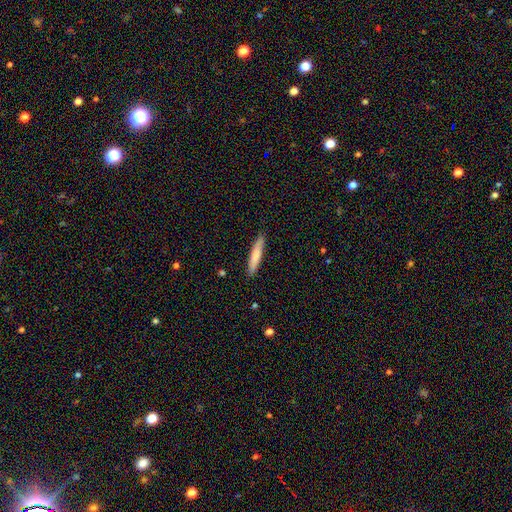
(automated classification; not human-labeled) Overall: smooth (77%). How rounded: cigar-shaped (90%). Merging: none (90%).